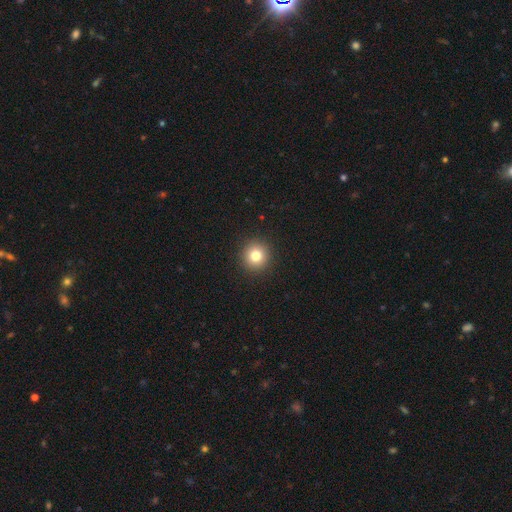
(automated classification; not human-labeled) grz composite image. It shows a smooth galaxy with no disk features (80%) that is round (94%). Merging: none (93%).